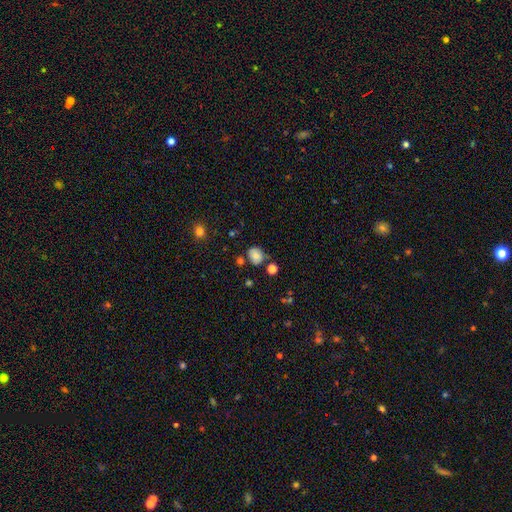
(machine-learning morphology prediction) smooth-or-featured: smooth: 77% | star or artifact: 11% | featured or disk: 11%
  how-rounded: round: 59% | in between: 40% | cigar-shaped: 1%
  merging: none: 66% | minor disturbance: 20% | merger: 8% | major disturbance: 5%